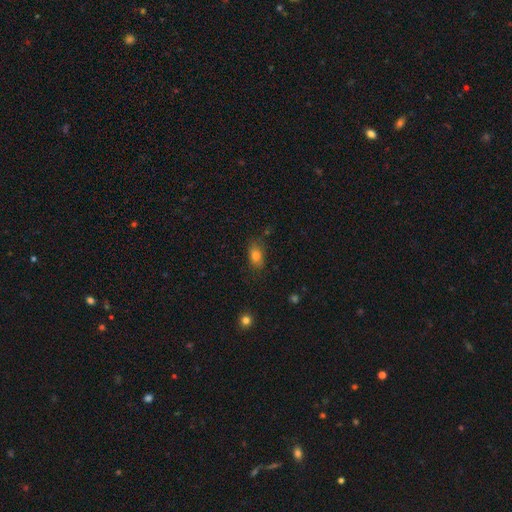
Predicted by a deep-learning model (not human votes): smooth 79%, star or artifact 11%, featured or disk 10%. Down the decision tree: how rounded — in between (83%); merging — none (74%).